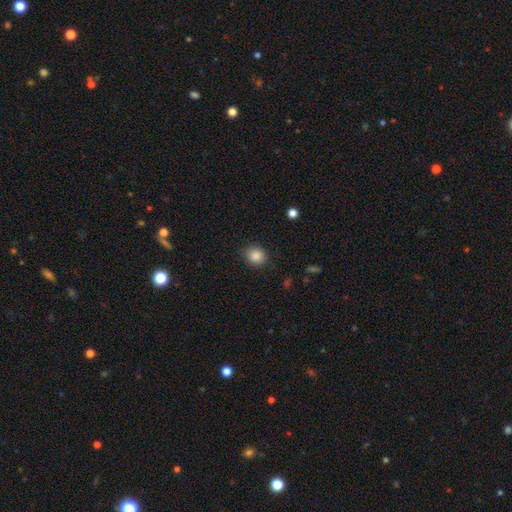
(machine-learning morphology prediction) smooth_or_featured: smooth (p=0.86) [alt: star or artifact p=0.10]
how_rounded: round (p=0.76) [alt: in between p=0.24]
merging: none (p=0.83) [alt: minor disturbance p=0.12]